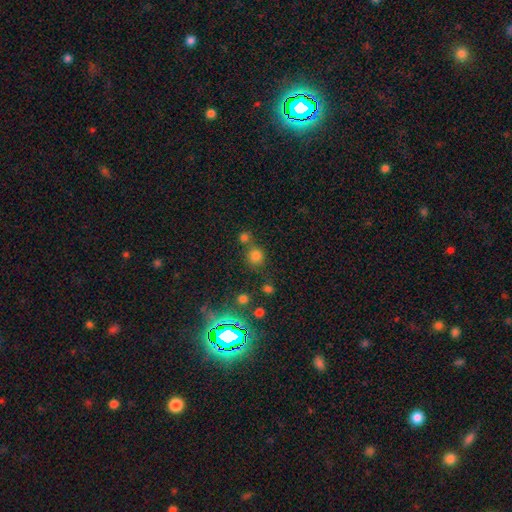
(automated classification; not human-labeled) Smooth or featured?
  - smooth: 73% *
  - star or artifact: 20%
  - featured or disk: 6%
How rounded?
  - round: 88% *
  - in between: 11%
  - cigar-shaped: 1%
Merging?
  - none: 67% *
  - merger: 20%
  - minor disturbance: 9%
  - major disturbance: 4%